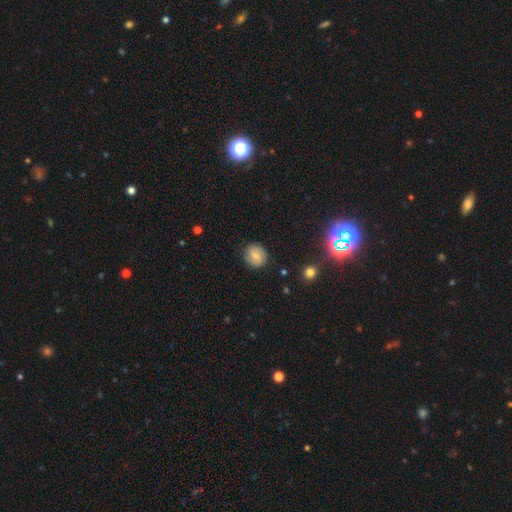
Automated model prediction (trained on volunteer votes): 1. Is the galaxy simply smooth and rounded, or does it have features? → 73% smooth, 18% featured or disk, 10% star or artifact.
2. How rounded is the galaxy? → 87% round, 12% in between, 1% cigar-shaped.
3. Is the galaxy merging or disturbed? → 86% none, 10% minor disturbance, 3% major disturbance, 1% merger.